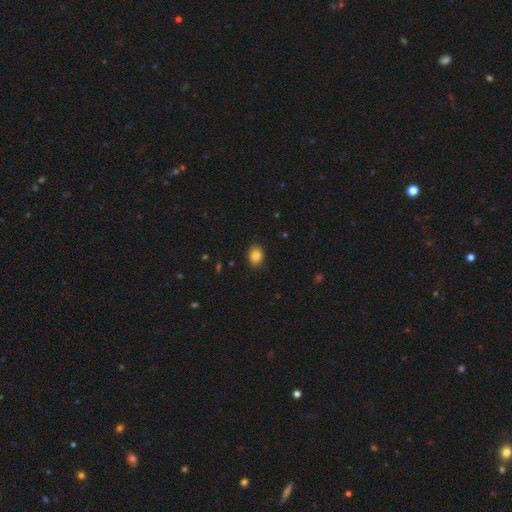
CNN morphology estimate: Smooth or featured?
  - smooth: 86% *
  - star or artifact: 9%
  - featured or disk: 5%
How rounded?
  - in between: 60% *
  - round: 39%
  - cigar-shaped: 1%
Merging?
  - none: 88% *
  - minor disturbance: 9%
  - major disturbance: 2%
  - merger: 1%